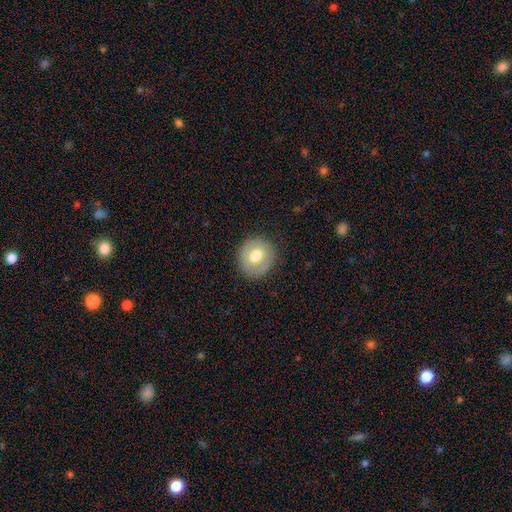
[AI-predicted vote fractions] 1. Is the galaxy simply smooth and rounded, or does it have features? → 62% smooth, 31% featured or disk, 7% star or artifact.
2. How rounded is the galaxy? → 87% round, 12% in between, 1% cigar-shaped.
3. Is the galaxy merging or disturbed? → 86% none, 10% minor disturbance, 4% major disturbance, 1% merger.